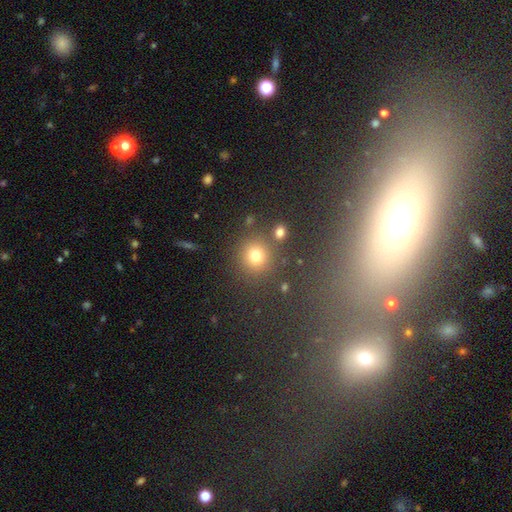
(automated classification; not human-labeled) A smooth galaxy with no disk features (75%) that is round (88%).

Vote fractions:
- Smooth or featured? smooth: 75% / star or artifact: 18% / featured or disk: 7%
- How rounded? round: 88% / in between: 10% / cigar-shaped: 1%
- Merging? none: 76% / minor disturbance: 10% / merger: 10% / major disturbance: 5%